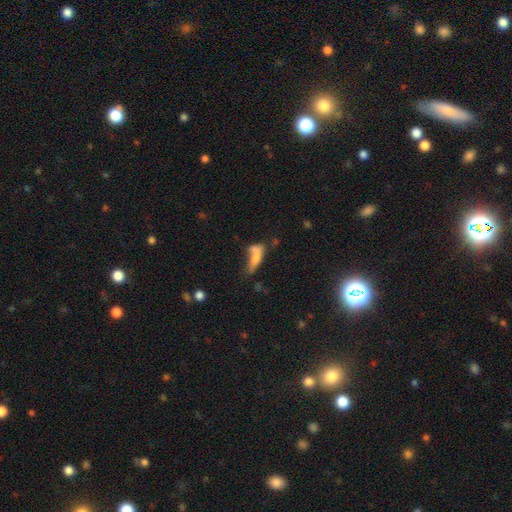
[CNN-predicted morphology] A smooth galaxy with no disk features (67%) that is in between round and cigar-shaped (57%).

Vote fractions:
- Smooth or featured? smooth: 67% / featured or disk: 22% / star or artifact: 11%
- How rounded? in between: 57% / cigar-shaped: 40% / round: 4%
- Merging? none: 27% / merger: 26% / major disturbance: 25% / minor disturbance: 23%